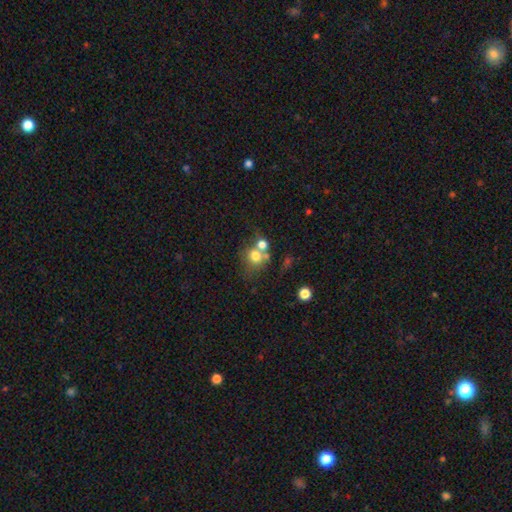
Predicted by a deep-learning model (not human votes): This appears to be a smooth galaxy with no disk features (71%) that is round (74%). Merging: merger (44%).